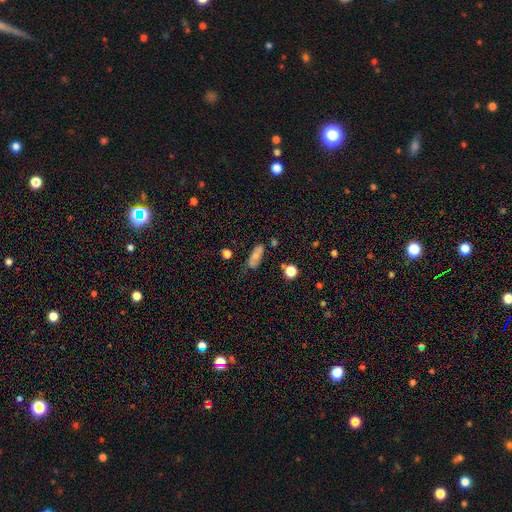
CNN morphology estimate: Overall: smooth (70%). How rounded: in between (69%). Merging: none (66%).